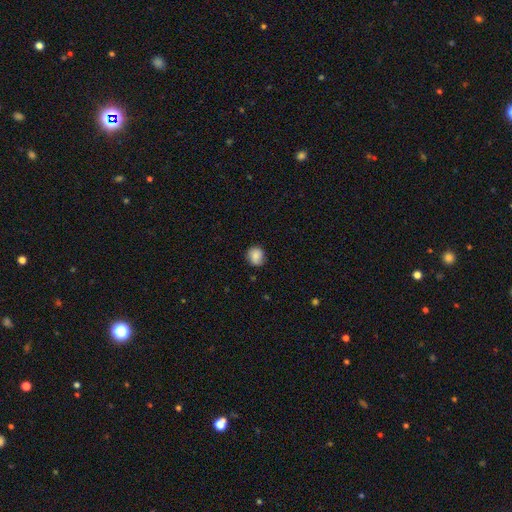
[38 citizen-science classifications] Volunteers were most divided on "merging": none: 64%, minor disturbance: 36%, major disturbance: 0%, merger: 0%. More confident: smooth or featured — smooth (89%); how rounded — round (74%).